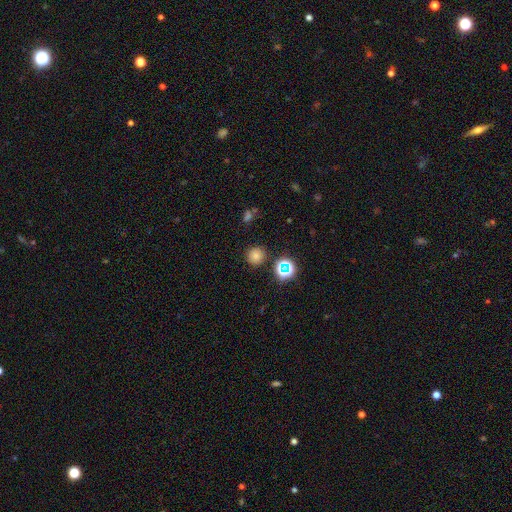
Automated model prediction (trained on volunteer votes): Q: Smooth or featured?
A: smooth (73%); runner-up: star or artifact (20%)
Q: How rounded?
A: round (93%); runner-up: in between (6%)
Q: Merging?
A: none (86%); runner-up: minor disturbance (8%)